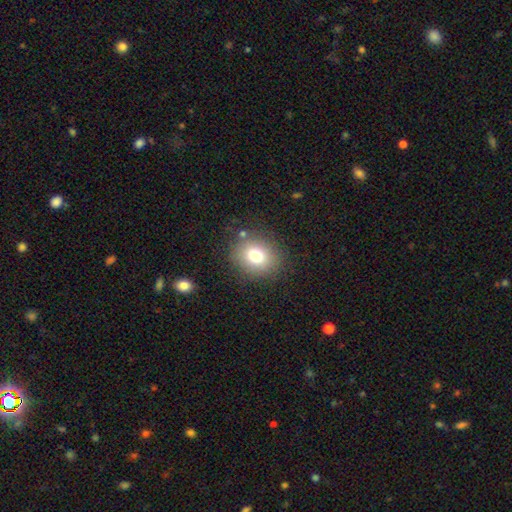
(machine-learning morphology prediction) smooth-or-featured: smooth: 76% | star or artifact: 13% | featured or disk: 11%
  how-rounded: round: 69% | in between: 30% | cigar-shaped: 1%
  merging: none: 83% | minor disturbance: 10% | major disturbance: 4% | merger: 3%